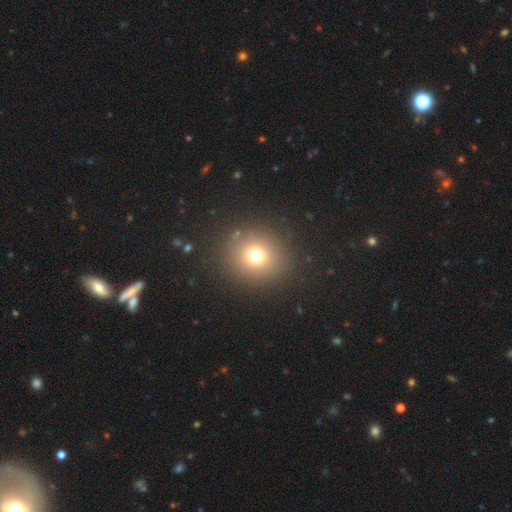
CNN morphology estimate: Smooth or featured?
  - smooth: 71% *
  - star or artifact: 19%
  - featured or disk: 10%
How rounded?
  - round: 88% *
  - in between: 11%
  - cigar-shaped: 1%
Merging?
  - none: 87% *
  - minor disturbance: 7%
  - major disturbance: 4%
  - merger: 2%